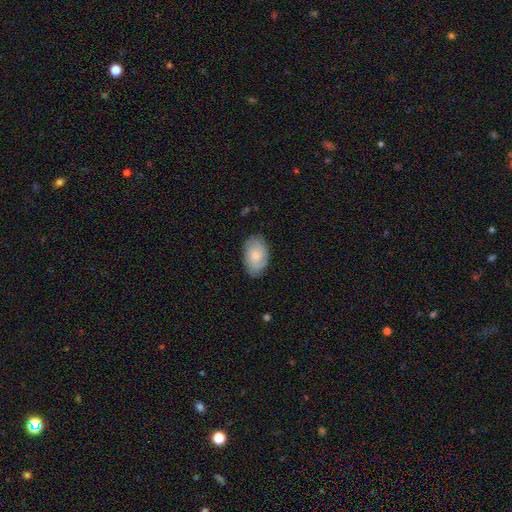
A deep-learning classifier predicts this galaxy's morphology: Smooth or featured?
  - smooth: 51% *
  - featured or disk: 42%
  - star or artifact: 7%
How rounded?
  - in between: 91% *
  - round: 8%
  - cigar-shaped: 1%
Merging?
  - none: 77% *
  - minor disturbance: 18%
  - major disturbance: 4%
  - merger: 1%